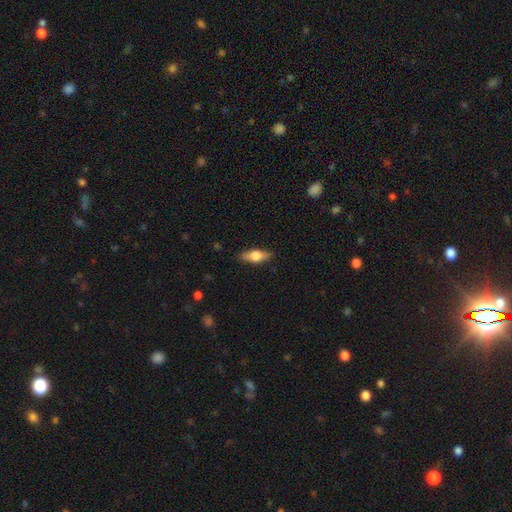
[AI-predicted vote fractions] Smooth or featured? smooth (55%)
How rounded? in between (63%)
Merging? none (86%)